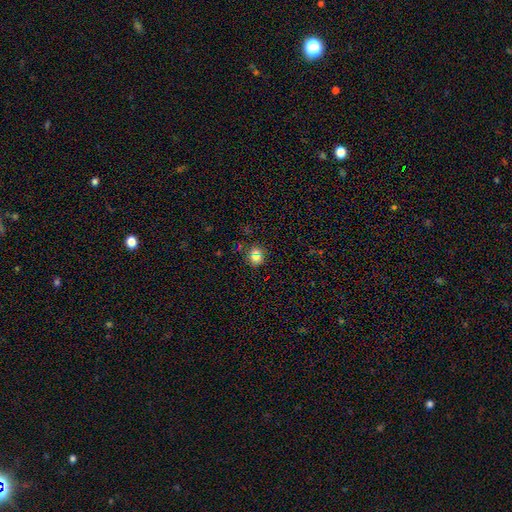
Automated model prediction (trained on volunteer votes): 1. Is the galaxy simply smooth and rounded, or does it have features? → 68% smooth, 23% star or artifact, 9% featured or disk.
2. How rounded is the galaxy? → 89% round, 10% in between, 1% cigar-shaped.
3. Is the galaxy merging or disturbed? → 82% none, 9% minor disturbance, 6% merger, 3% major disturbance.